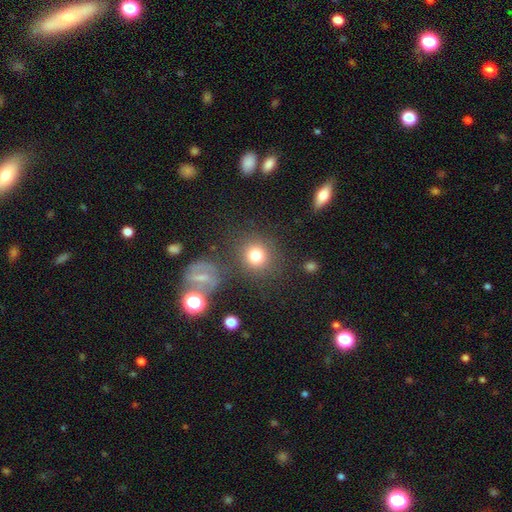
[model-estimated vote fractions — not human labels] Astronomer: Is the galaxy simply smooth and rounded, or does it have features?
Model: smooth — 79%.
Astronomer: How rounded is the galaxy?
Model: round — 87%.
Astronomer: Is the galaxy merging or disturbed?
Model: none — 78%.